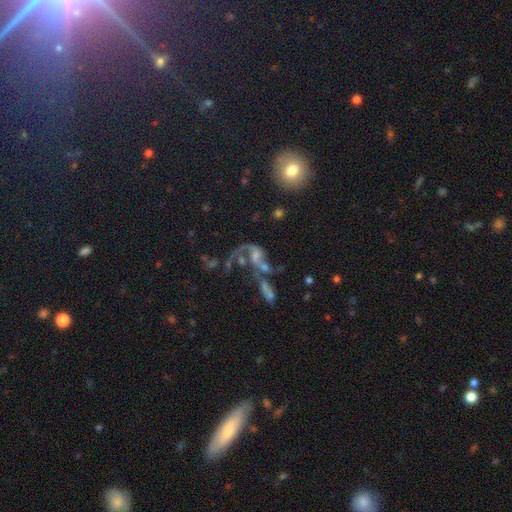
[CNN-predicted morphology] A featured or disk galaxy (64%) with no bar (66%), spiral arms (65%) and a small central bulge (32%). Merging: merger (49%).